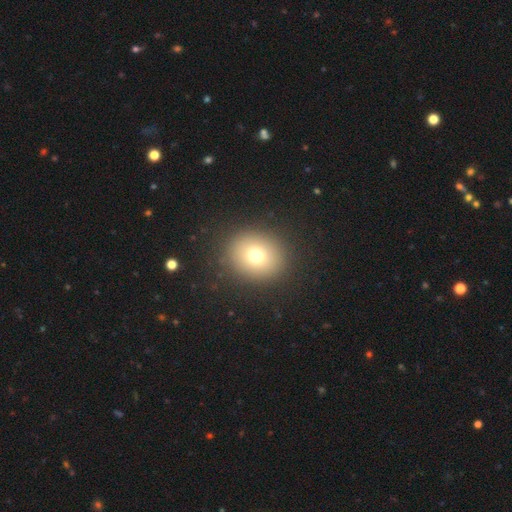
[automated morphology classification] A smooth galaxy with no disk features (74%) that is round (71%).

Vote fractions:
- Smooth or featured? smooth: 74% / star or artifact: 13% / featured or disk: 12%
- How rounded? round: 71% / in between: 28% / cigar-shaped: 1%
- Merging? none: 90% / minor disturbance: 6% / major disturbance: 3% / merger: 1%